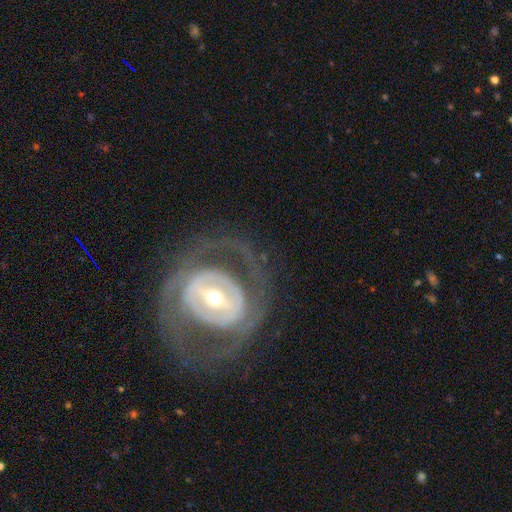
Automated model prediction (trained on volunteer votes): Smooth or featured? Predicted: featured or disk (p=0.81). Edge-on disk? Predicted: no (p=0.95). Bar? Predicted: strong (p=0.45). Spiral arms? Predicted: yes (p=0.55). Bulge size? Predicted: moderate (p=0.49). Merging? Predicted: none (p=0.69).